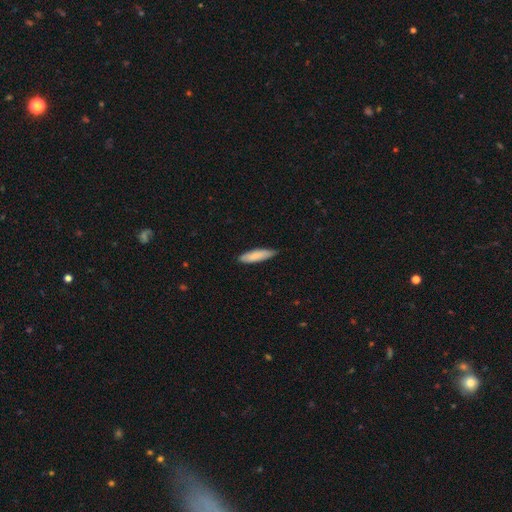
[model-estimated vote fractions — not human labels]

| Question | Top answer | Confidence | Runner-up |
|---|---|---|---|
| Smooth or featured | smooth | 84% | featured or disk (10%) |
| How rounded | cigar-shaped | 67% | in between (31%) |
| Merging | none | 79% | minor disturbance (17%) |